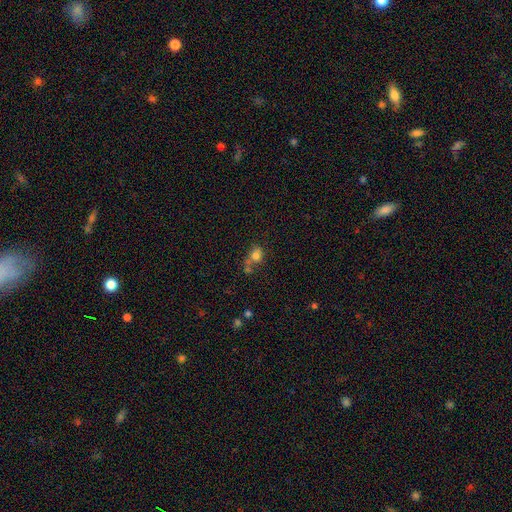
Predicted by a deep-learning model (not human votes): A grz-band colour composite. It shows a smooth galaxy with no disk features (75%) that is round (57%). Merging: none (39%).